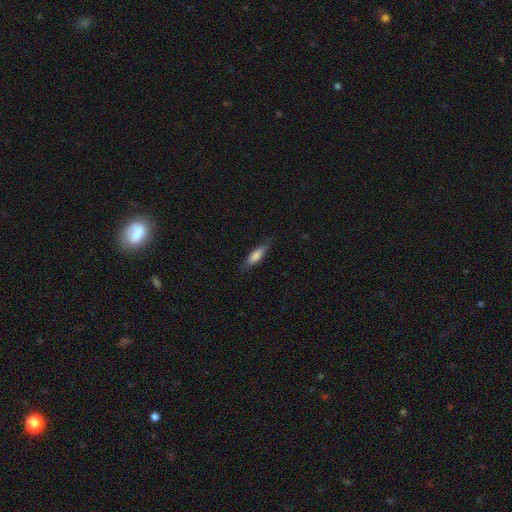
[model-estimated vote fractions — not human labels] Smooth or featured?
  - smooth: 74% *
  - featured or disk: 20%
  - star or artifact: 6%
How rounded?
  - cigar-shaped: 56% *
  - in between: 42%
  - round: 2%
Merging?
  - none: 79% *
  - minor disturbance: 17%
  - major disturbance: 4%
  - merger: 1%